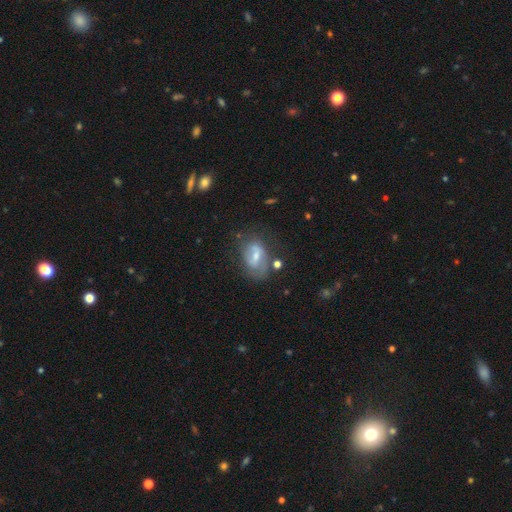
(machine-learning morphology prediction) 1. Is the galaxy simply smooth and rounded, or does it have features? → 56% featured or disk, 36% smooth, 9% star or artifact.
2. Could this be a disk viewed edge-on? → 94% no, 6% yes.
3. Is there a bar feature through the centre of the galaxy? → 48% weak, 27% strong, 25% no.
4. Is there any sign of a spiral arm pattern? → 61% yes, 39% no.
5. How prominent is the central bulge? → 47% moderate, 41% small, 6% none, 4% large, 1% dominant.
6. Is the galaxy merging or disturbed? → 52% none, 26% minor disturbance, 16% major disturbance, 6% merger.